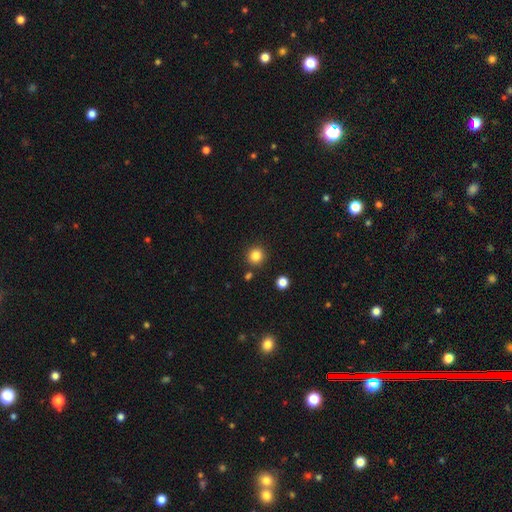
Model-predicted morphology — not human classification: A smooth galaxy with no disk features (84%) that is round (94%).

Vote fractions:
- Smooth or featured? smooth: 84% / star or artifact: 12% / featured or disk: 4%
- How rounded? round: 94% / in between: 5% / cigar-shaped: 1%
- Merging? none: 88% / minor disturbance: 6% / merger: 4% / major disturbance: 2%